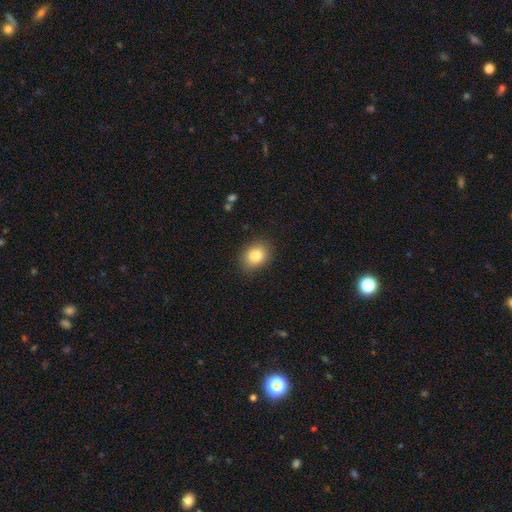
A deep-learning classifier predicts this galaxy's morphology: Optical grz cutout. It shows a smooth galaxy with no disk features (83%) that is in between round and cigar-shaped (57%). Merging: none (86%).